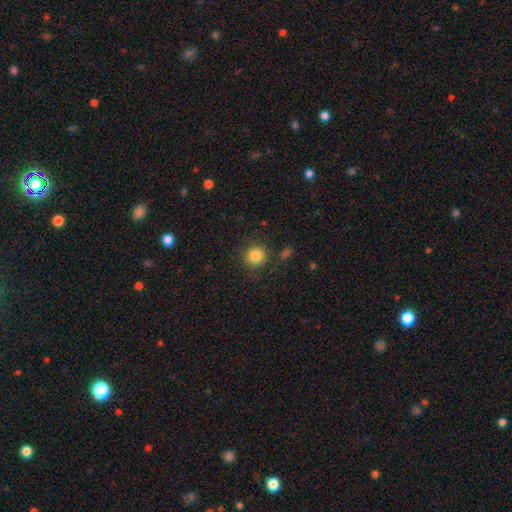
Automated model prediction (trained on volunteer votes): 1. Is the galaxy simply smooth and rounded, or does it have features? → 84% smooth, 10% star or artifact, 5% featured or disk.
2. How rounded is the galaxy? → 93% round, 7% in between, 1% cigar-shaped.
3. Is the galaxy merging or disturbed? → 85% none, 9% minor disturbance, 3% major disturbance, 3% merger.